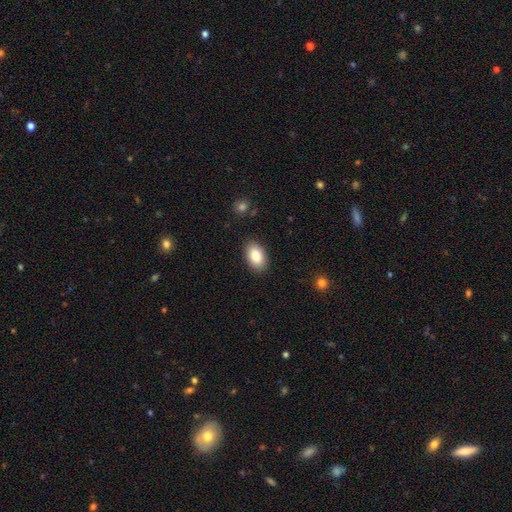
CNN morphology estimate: smooth 85%, featured or disk 8%, star or artifact 7%. Down the decision tree: how rounded — in between (92%); merging — none (88%).